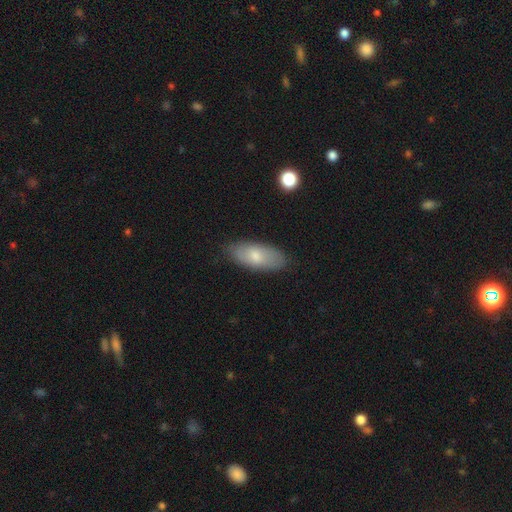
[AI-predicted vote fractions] Smooth or featured: smooth — 73% (featured or disk — 21%)
How rounded: in between — 87% (cigar-shaped — 10%)
Merging: none — 83% (minor disturbance — 13%)